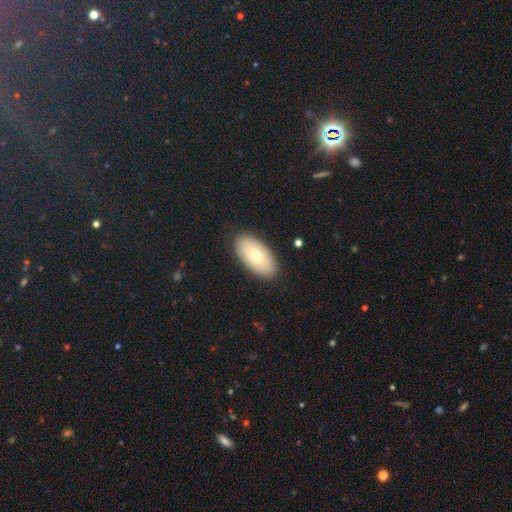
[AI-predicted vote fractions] Smooth or featured? smooth (76%)
How rounded? in between (95%)
Merging? none (89%)